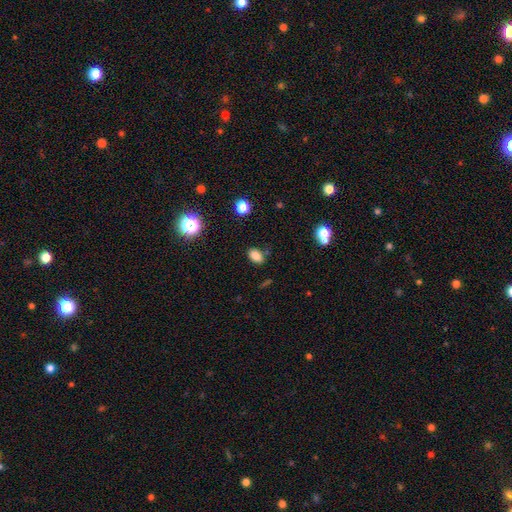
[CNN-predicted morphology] Q: Smooth or featured?
A: smooth (82%); runner-up: star or artifact (13%)
Q: How rounded?
A: in between (86%); runner-up: round (12%)
Q: Merging?
A: none (81%); runner-up: minor disturbance (12%)